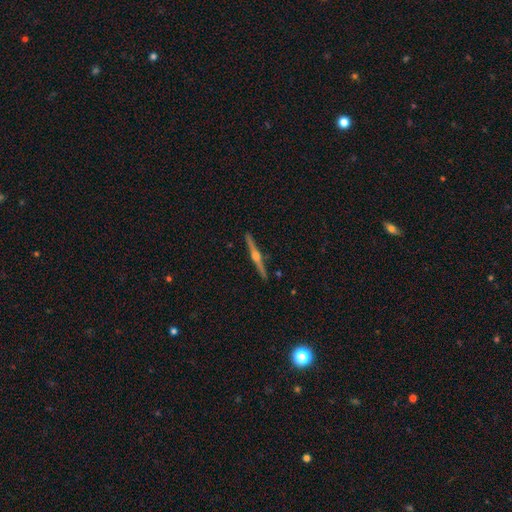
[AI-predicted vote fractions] smooth-or-featured: featured or disk: 86% | smooth: 9% | star or artifact: 5%
  disk-edge-on: yes: 99% | no: 1%
    edge-on-bulge: rounded: 92% | boxy: 5% | none: 3%
  merging: none: 92% | minor disturbance: 5% | major disturbance: 1% | merger: 1%